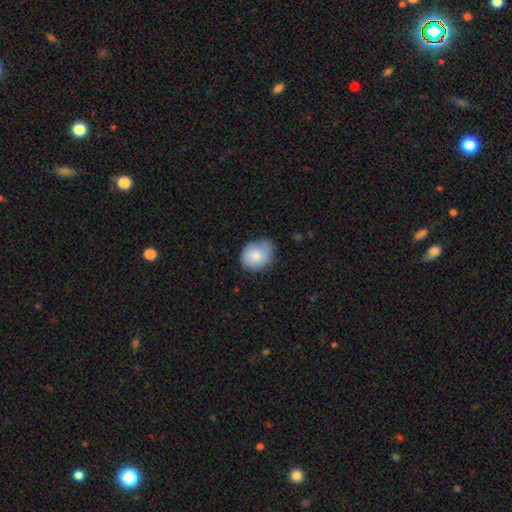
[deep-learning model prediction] The model was most divided on "how rounded": round: 51%, in between: 48%, cigar-shaped: 1%. More confident: smooth or featured — smooth (78%); merging — none (68%).